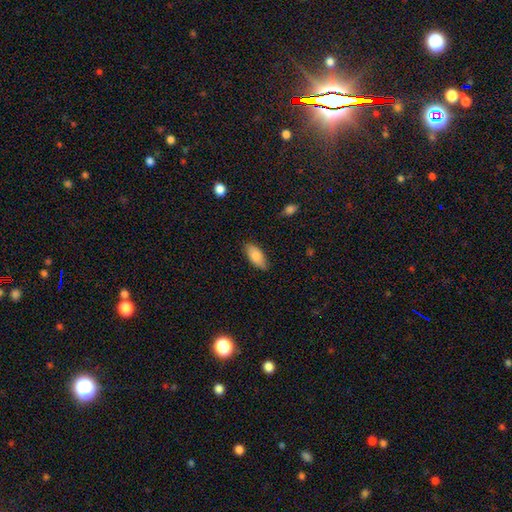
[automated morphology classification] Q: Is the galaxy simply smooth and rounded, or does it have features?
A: smooth — 84%.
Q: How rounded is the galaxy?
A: in between — 88%.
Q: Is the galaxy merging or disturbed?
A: none — 83%.